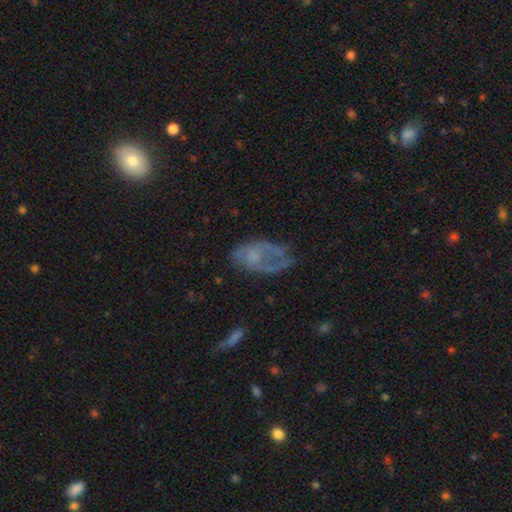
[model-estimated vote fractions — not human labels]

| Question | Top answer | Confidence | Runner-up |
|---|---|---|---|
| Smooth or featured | featured or disk | 53% | smooth (36%) |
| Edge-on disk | no | 95% | yes (5%) |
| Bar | no | 81% | weak (16%) |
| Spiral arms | no | 62% | yes (38%) |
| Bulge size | none | 47% | small (24%) |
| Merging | none | 41% | major disturbance (30%) |